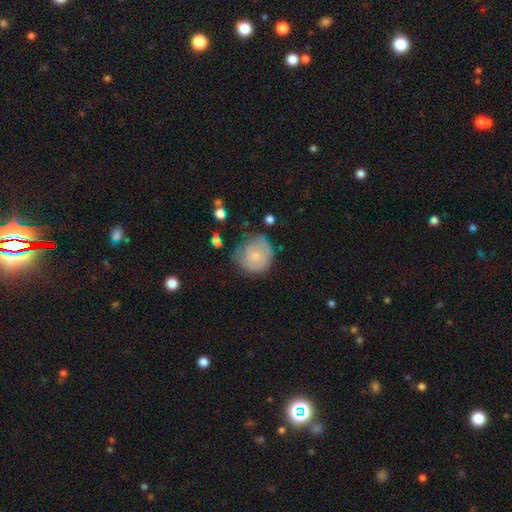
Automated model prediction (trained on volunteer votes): Morphology: type=smooth (63%); roundness=round (87%); merging=none (58%).